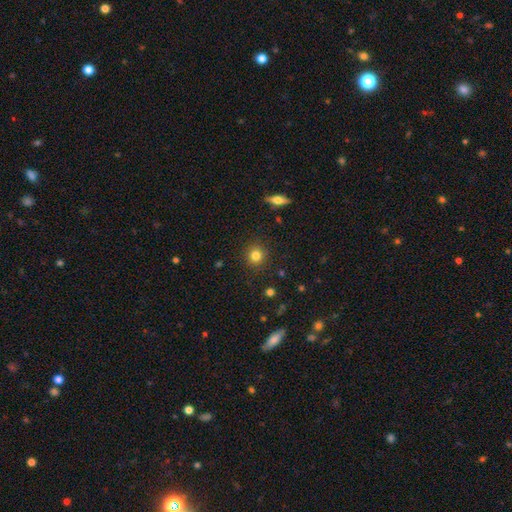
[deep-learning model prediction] A smooth galaxy with no disk features (81%) that is round (92%).

Vote fractions:
- Smooth or featured? smooth: 81% / star or artifact: 12% / featured or disk: 7%
- How rounded? round: 92% / in between: 7% / cigar-shaped: 1%
- Merging? none: 90% / minor disturbance: 6% / major disturbance: 2% / merger: 1%